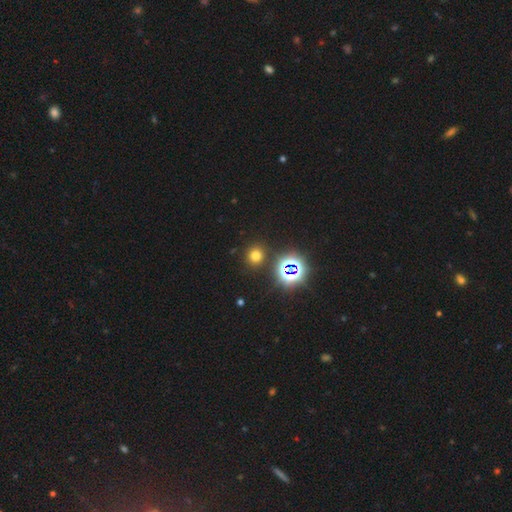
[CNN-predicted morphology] smooth-or-featured: smooth: 67% | star or artifact: 26% | featured or disk: 7%
  how-rounded: round: 87% | in between: 12% | cigar-shaped: 1%
  merging: none: 87% | minor disturbance: 7% | merger: 3% | major disturbance: 3%